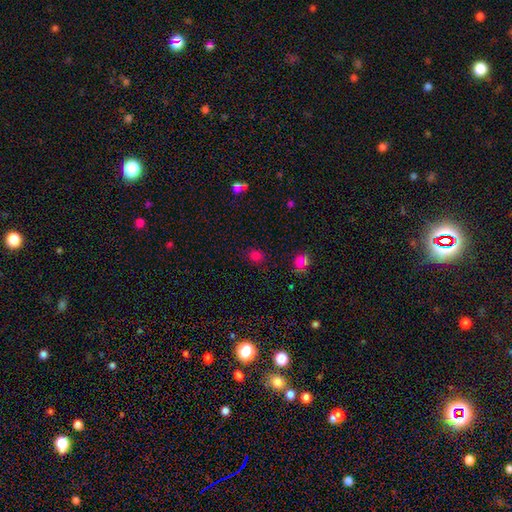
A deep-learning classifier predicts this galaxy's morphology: Smooth or featured?
  - smooth: 72% *
  - star or artifact: 23%
  - featured or disk: 4%
How rounded?
  - round: 69% *
  - in between: 29%
  - cigar-shaped: 1%
Merging?
  - none: 84% *
  - minor disturbance: 10%
  - major disturbance: 3%
  - merger: 2%